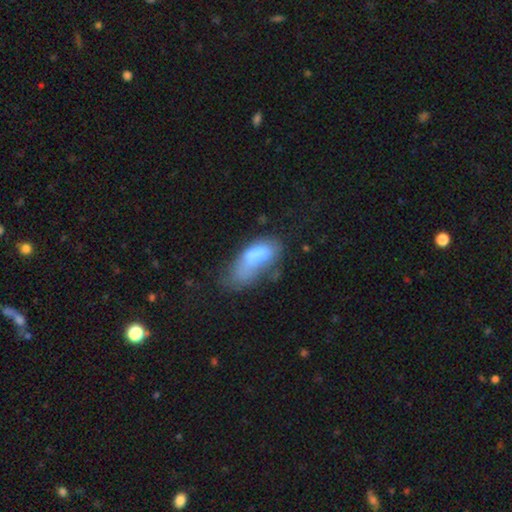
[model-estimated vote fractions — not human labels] Morphology: type=smooth (68%); roundness=in between (81%); merging=major disturbance (37%).